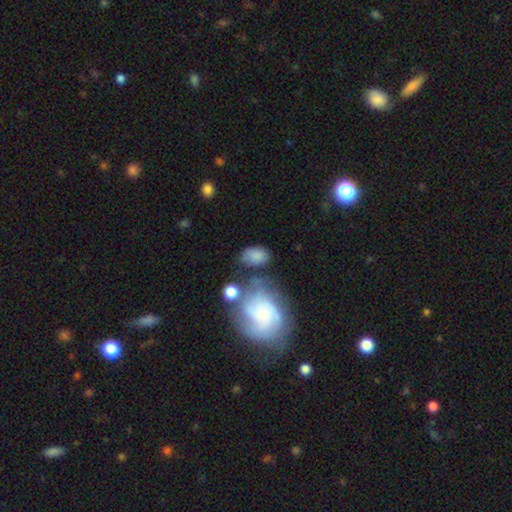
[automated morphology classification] Overall: smooth (73%). How rounded: in between (85%). Merging: none (56%; minor disturbance 22%).